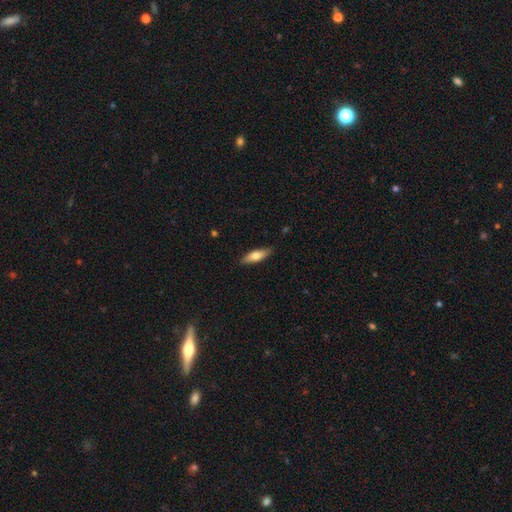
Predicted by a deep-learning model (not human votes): The model was most divided on "how rounded": cigar-shaped: 52%, in between: 46%, round: 2%. More confident: merging — none (86%); smooth or featured — smooth (70%).